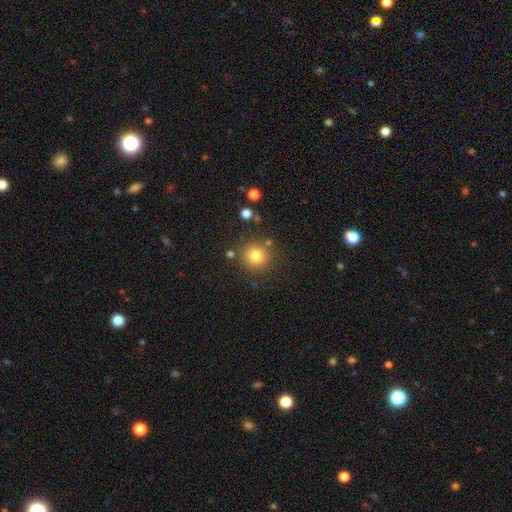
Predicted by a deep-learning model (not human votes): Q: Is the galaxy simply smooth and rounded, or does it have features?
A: smooth — 80%.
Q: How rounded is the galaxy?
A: round — 93%.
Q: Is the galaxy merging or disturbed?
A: none — 84%.